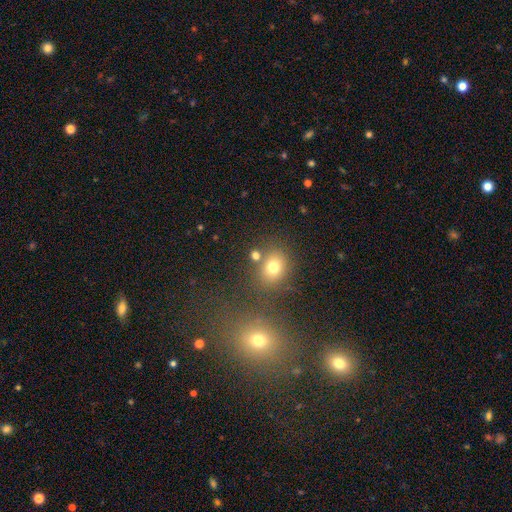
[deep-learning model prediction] smooth_or_featured: smooth (p=0.70) [alt: star or artifact p=0.20]
how_rounded: round (p=0.69) [alt: in between p=0.30]
merging: none (p=0.70) [alt: merger p=0.14]